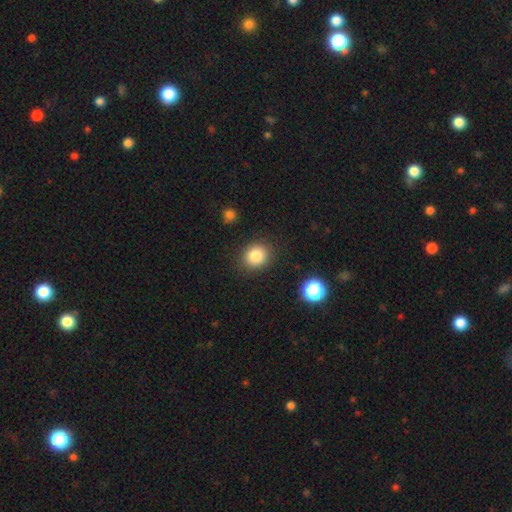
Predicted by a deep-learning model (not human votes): Smooth or featured: smooth — 84% (star or artifact — 10%)
How rounded: round — 75% (in between — 25%)
Merging: none — 86% (minor disturbance — 9%)